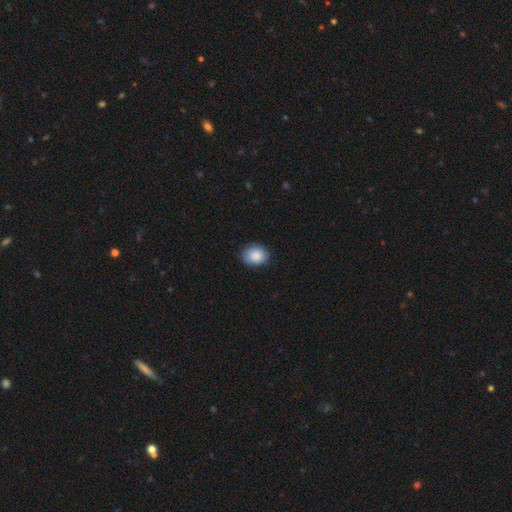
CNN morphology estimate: smooth_or_featured: smooth (p=0.86) [alt: featured or disk p=0.07]
how_rounded: round (p=0.52) [alt: in between p=0.47]
merging: none (p=0.80) [alt: minor disturbance p=0.16]